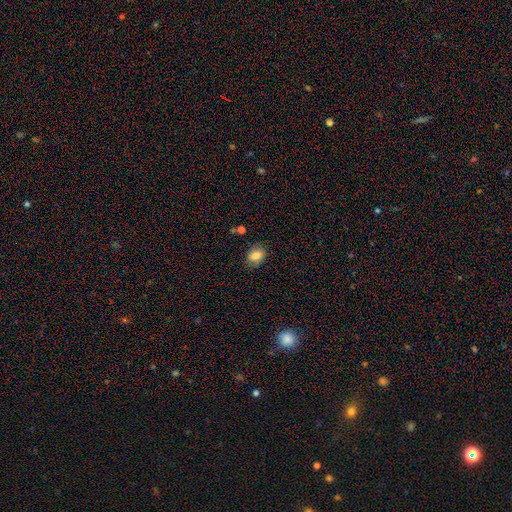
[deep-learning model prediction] Overall: smooth (79%). How rounded: in between (70%). Merging: none (78%).